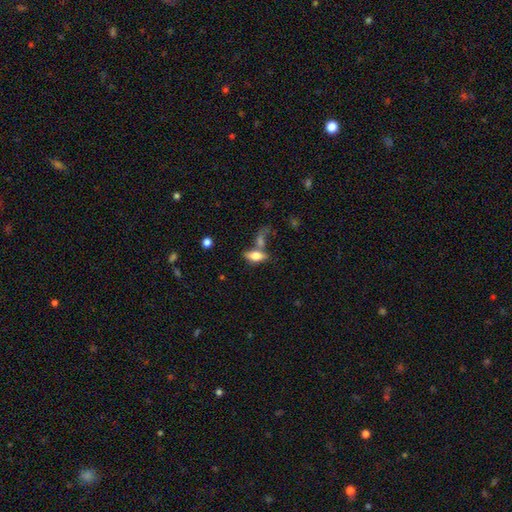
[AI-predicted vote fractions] smooth-or-featured: smooth: 64% | featured or disk: 28% | star or artifact: 9%
  how-rounded: in between: 76% | cigar-shaped: 20% | round: 5%
  merging: none: 43% | merger: 31% | minor disturbance: 15% | major disturbance: 11%